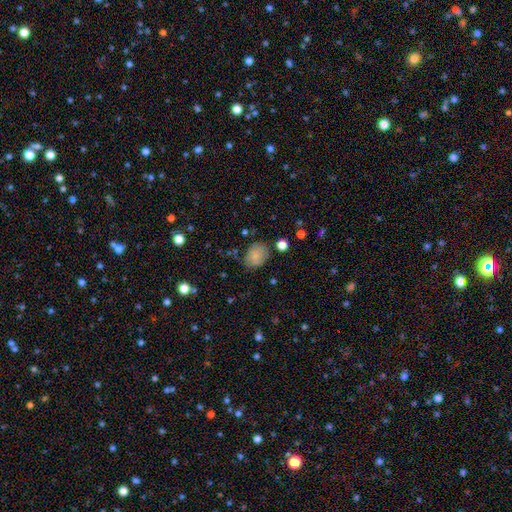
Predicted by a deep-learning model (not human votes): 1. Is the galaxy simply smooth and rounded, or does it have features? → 80% smooth, 11% featured or disk, 9% star or artifact.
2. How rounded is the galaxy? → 61% in between, 38% round, 1% cigar-shaped.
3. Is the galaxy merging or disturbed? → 74% none, 18% minor disturbance, 5% major disturbance, 3% merger.